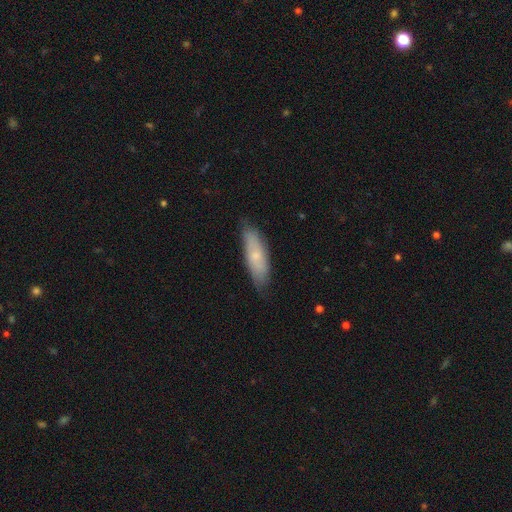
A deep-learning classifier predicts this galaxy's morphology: Smooth or featured? Predicted: smooth (p=0.63). How rounded? Predicted: in between (p=0.50). Merging? Predicted: none (p=0.76).